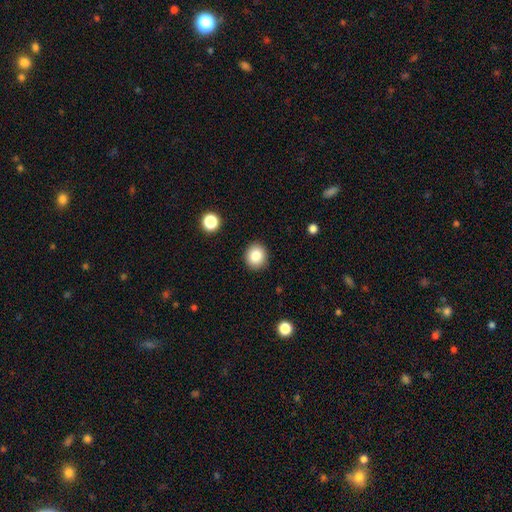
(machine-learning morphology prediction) smooth_or_featured: smooth (p=0.84) [alt: star or artifact p=0.10]
how_rounded: round (p=0.81) [alt: in between p=0.18]
merging: none (p=0.90) [alt: minor disturbance p=0.06]